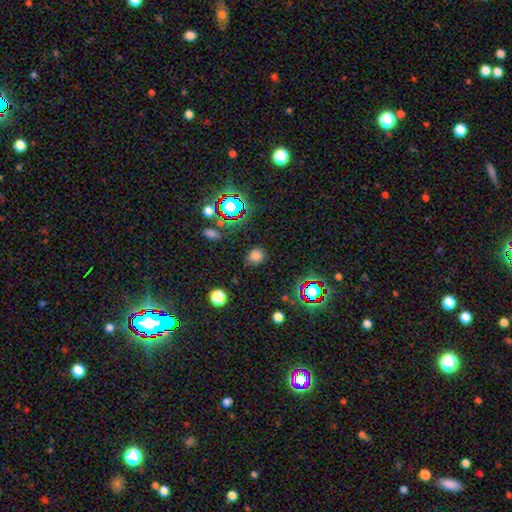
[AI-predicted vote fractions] Smooth or featured: smooth — 74% (star or artifact — 20%)
How rounded: round — 73% (in between — 26%)
Merging: none — 82% (minor disturbance — 12%)